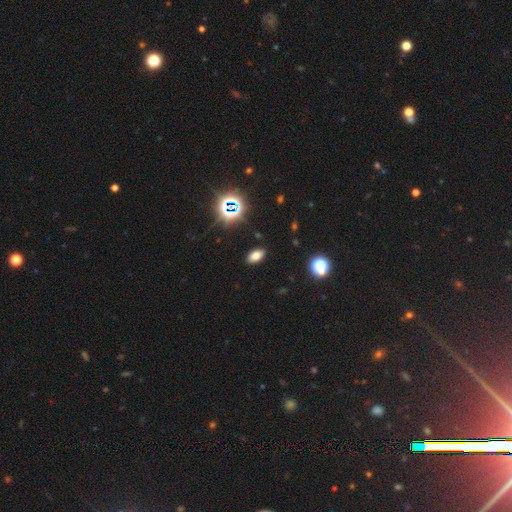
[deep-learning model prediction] This is likely a smooth galaxy (72%). How rounded: clearly in between (90%). Merging: clearly none (89%).